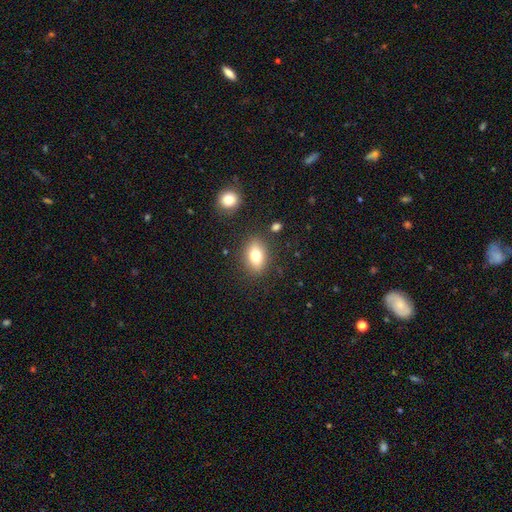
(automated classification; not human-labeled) Smooth or featured? smooth (75%)
How rounded? in between (79%)
Merging? none (83%)